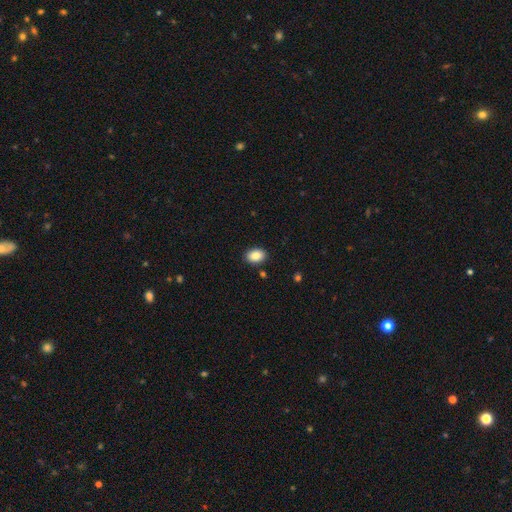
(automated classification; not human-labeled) Smooth or featured? smooth (88%)
How rounded? in between (80%)
Merging? none (89%)